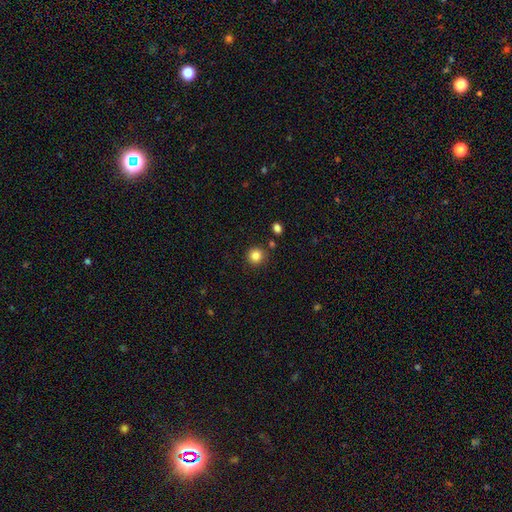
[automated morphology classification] A smooth galaxy with no disk features (84%) that is round (93%). Merging: none (87%).